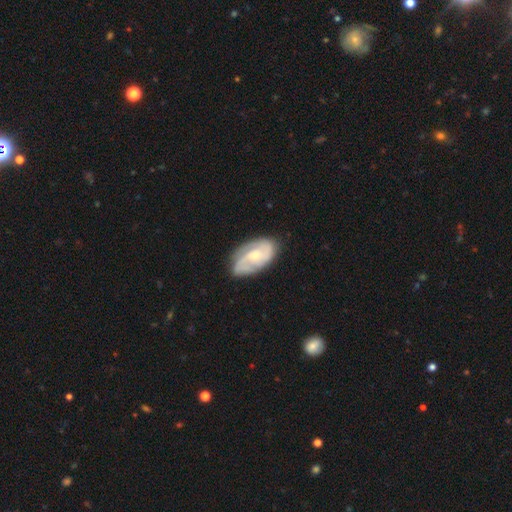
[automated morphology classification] Smooth or featured: featured or disk — 77% (smooth — 18%)
Edge-on disk: no — 96% (yes — 4%)
Bar: no — 57% (weak — 36%)
Spiral arms: yes — 94% (no — 6%)
Spiral winding: medium — 45% (tight — 36%)
Spiral arm count: 2 — 55% (3 — 19%)
Bulge size: small — 54% (moderate — 41%)
Merging: none — 73% (minor disturbance — 20%)